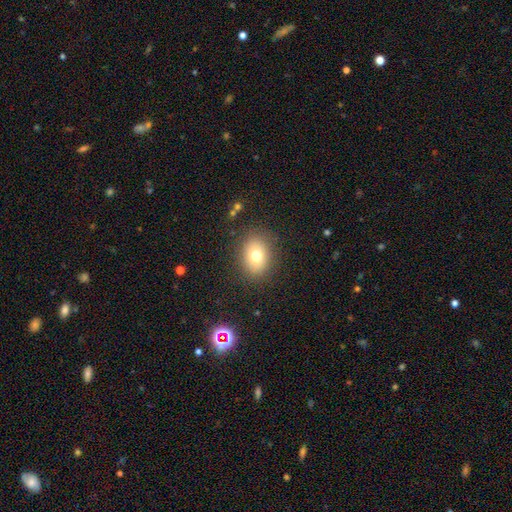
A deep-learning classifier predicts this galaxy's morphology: Q: Smooth or featured?
A: smooth (75%); runner-up: featured or disk (14%)
Q: How rounded?
A: in between (57%); runner-up: round (42%)
Q: Merging?
A: none (85%); runner-up: minor disturbance (10%)